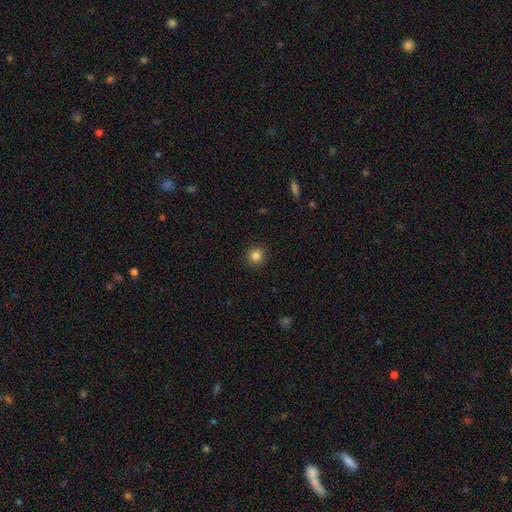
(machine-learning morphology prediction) A smooth galaxy with no disk features (84%) that is round (94%). Merging: none (92%).